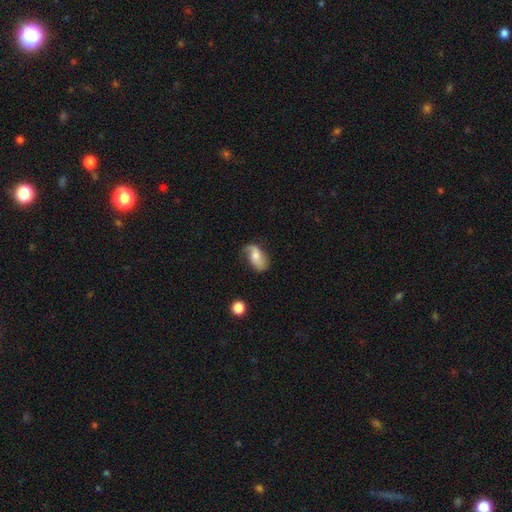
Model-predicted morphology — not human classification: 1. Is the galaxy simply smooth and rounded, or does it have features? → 49% featured or disk, 43% smooth, 8% star or artifact.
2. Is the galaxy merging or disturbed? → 58% none, 28% minor disturbance, 11% major disturbance, 2% merger.